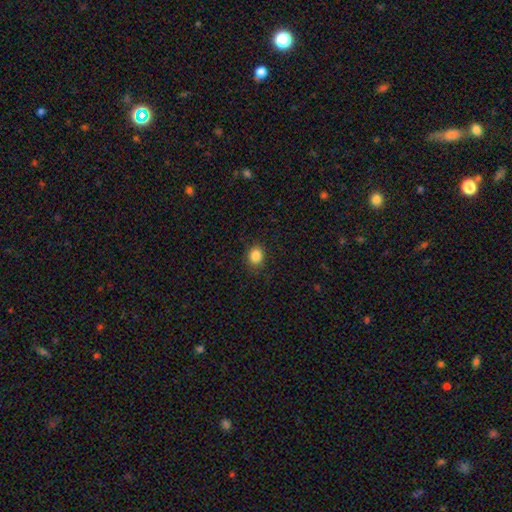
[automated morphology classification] A smooth galaxy with no disk features (85%) that is round (65%). Merging: none (86%).